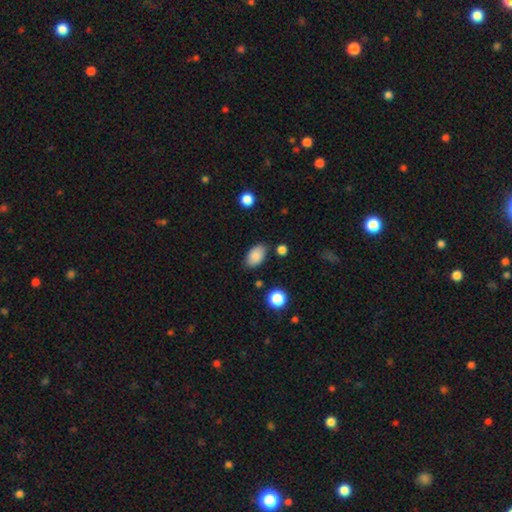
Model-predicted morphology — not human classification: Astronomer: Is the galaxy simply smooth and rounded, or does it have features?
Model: smooth — 86%.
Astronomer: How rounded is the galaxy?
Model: in between — 92%.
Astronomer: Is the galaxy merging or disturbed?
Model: none — 81%.